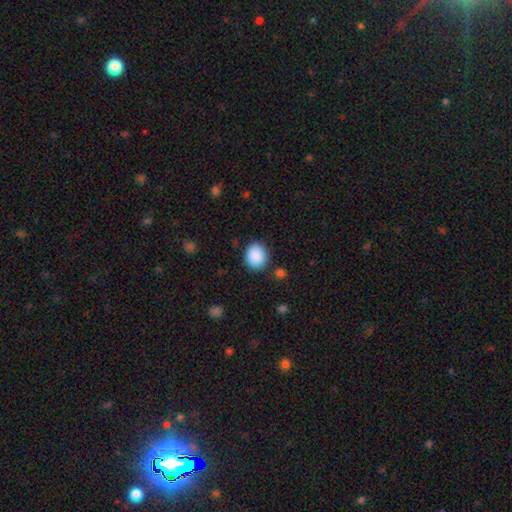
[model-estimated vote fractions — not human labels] This is clearly a smooth galaxy (89%). How rounded: likely round (66%). Merging: clearly none (85%).